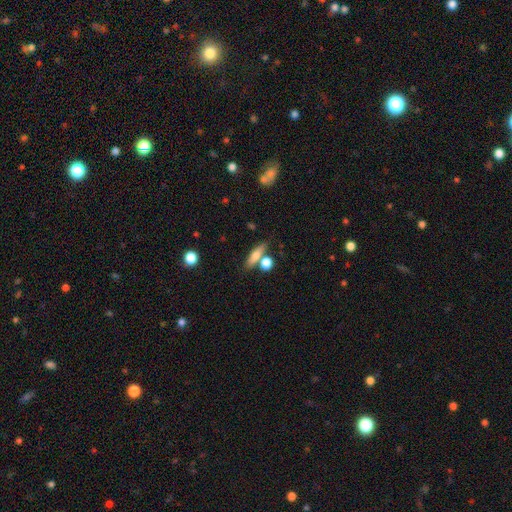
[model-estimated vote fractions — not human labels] smooth_or_featured: smooth (p=0.65) [alt: featured or disk p=0.26]
how_rounded: cigar-shaped (p=0.55) [alt: in between p=0.34]
merging: none (p=0.65) [alt: merger p=0.20]